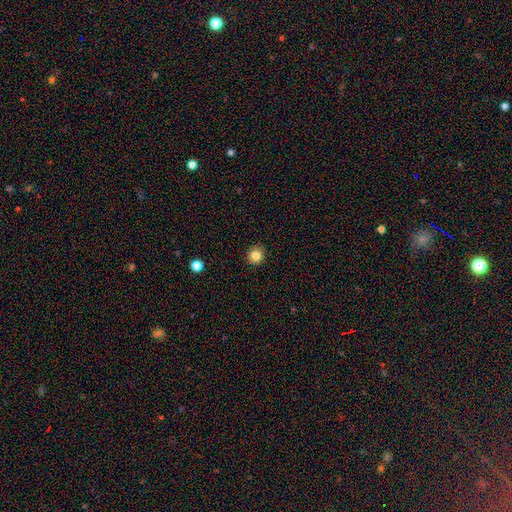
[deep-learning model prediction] Smooth or featured? Predicted: smooth (p=0.82). How rounded? Predicted: round (p=0.89). Merging? Predicted: none (p=0.92).